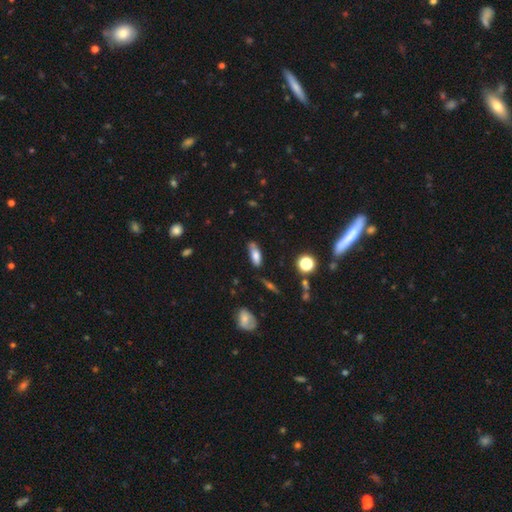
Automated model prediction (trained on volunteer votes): A smooth galaxy with no disk features (72%) that is in between round and cigar-shaped (71%). Merging: none (63%).